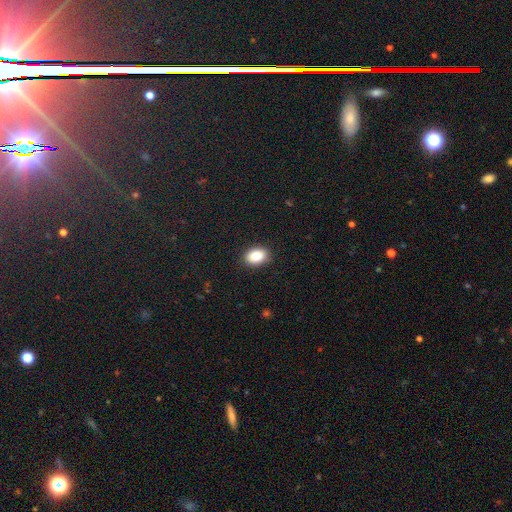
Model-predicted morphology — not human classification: A smooth galaxy with no disk features (87%) that is in between round and cigar-shaped (84%). Merging: none (88%).